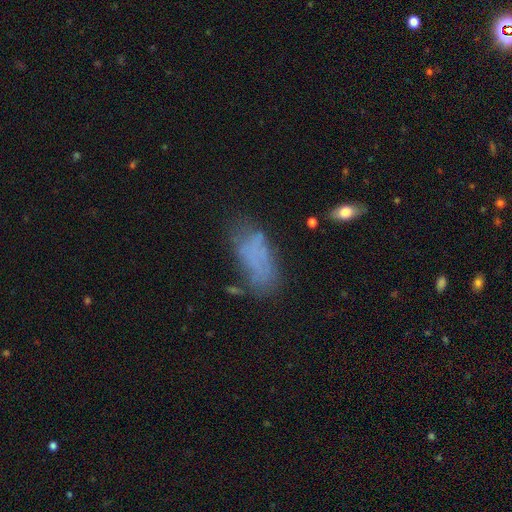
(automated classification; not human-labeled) Overall: smooth (55%; featured or disk 31%). How rounded: in between (83%). Merging: none (45%; minor disturbance 27%).